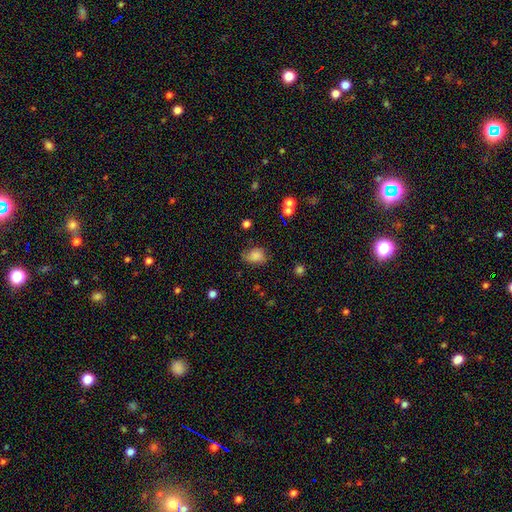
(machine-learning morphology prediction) A smooth galaxy with no disk features (79%) that is in between round and cigar-shaped (61%). Merging: none (60%).